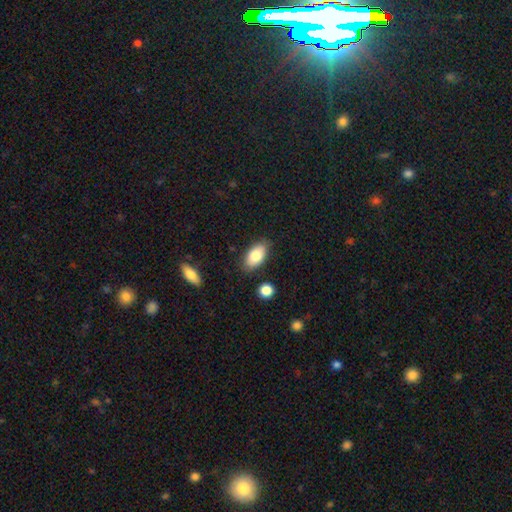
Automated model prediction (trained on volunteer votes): smooth-or-featured: smooth: 82% | featured or disk: 11% | star or artifact: 7%
  how-rounded: in between: 92% | round: 4% | cigar-shaped: 4%
  merging: none: 82% | minor disturbance: 13% | major disturbance: 3% | merger: 3%